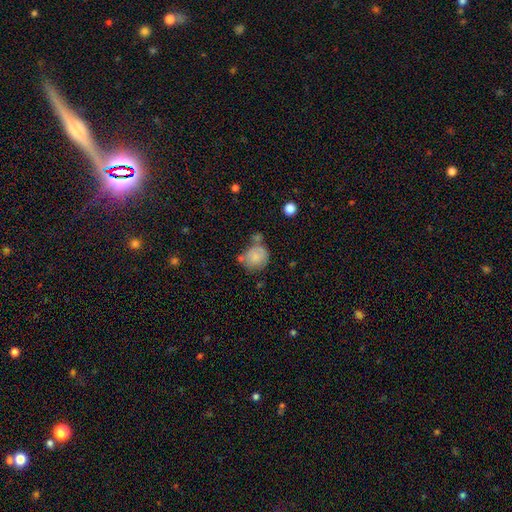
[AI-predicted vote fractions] Smooth or featured? Predicted: smooth (p=0.75). How rounded? Predicted: round (p=0.76). Merging? Predicted: none (p=0.46).